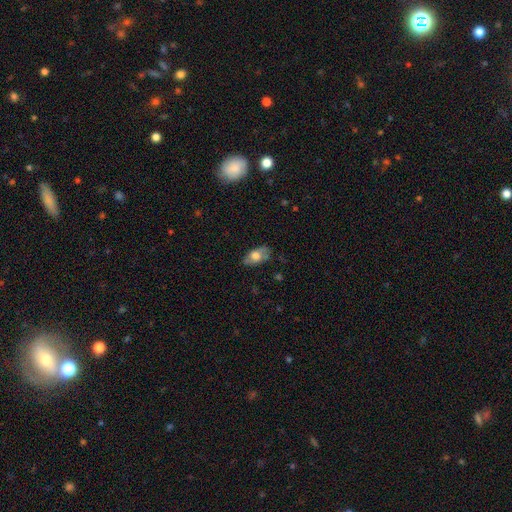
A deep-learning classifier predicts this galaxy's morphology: Overall: smooth (63%; featured or disk 30%). How rounded: in between (91%). Merging: none (71%).